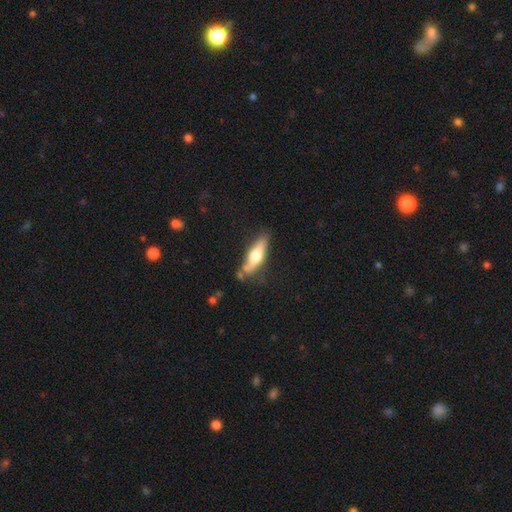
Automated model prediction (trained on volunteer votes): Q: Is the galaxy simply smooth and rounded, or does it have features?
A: smooth — 50%.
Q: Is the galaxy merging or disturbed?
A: none — 69%.